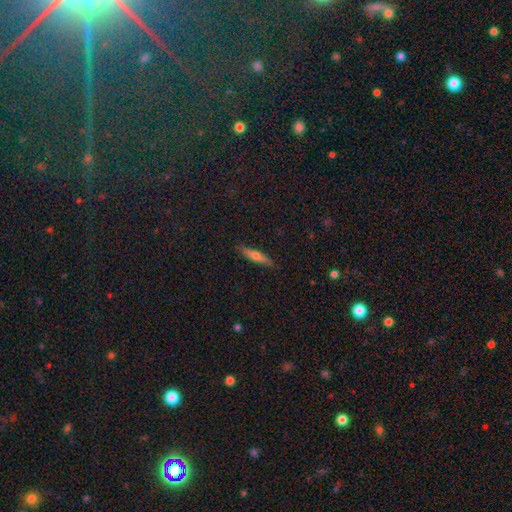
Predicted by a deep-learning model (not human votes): This appears to be a smooth galaxy with no disk features (52%) that is cigar-shaped (87%). Merging: none (89%).